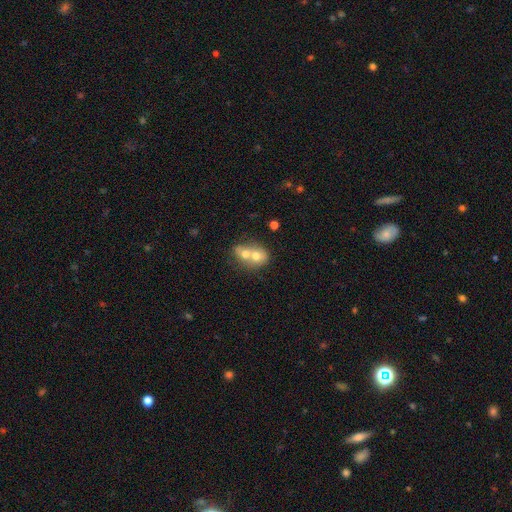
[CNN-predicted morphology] Overall: smooth (65%; featured or disk 27%). How rounded: round (54%; in between 45%). Merging: merger (75%).